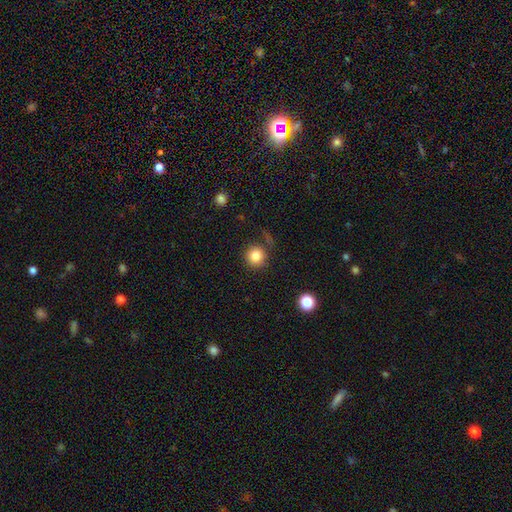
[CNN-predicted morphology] A smooth galaxy with no disk features (83%) that is round (93%). Merging: none (80%).